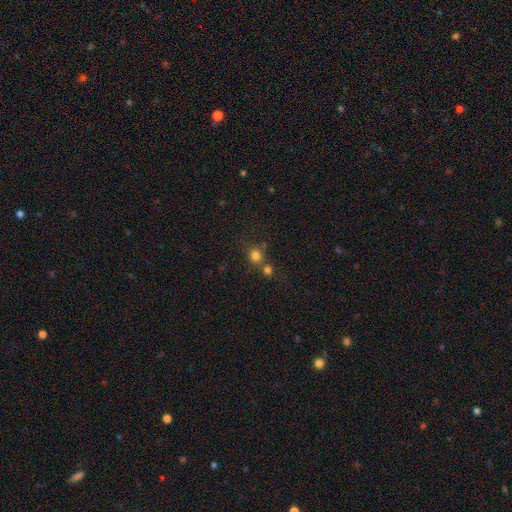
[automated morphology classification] Smooth or featured: smooth — 78% (star or artifact — 15%)
How rounded: round — 87% (in between — 12%)
Merging: none — 59% (merger — 30%)